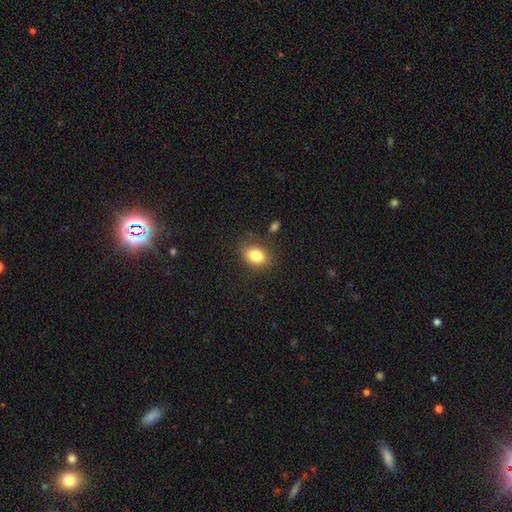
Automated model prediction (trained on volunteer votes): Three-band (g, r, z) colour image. It shows a smooth galaxy with no disk features (84%) that is in between round and cigar-shaped (77%). Merging: none (80%).